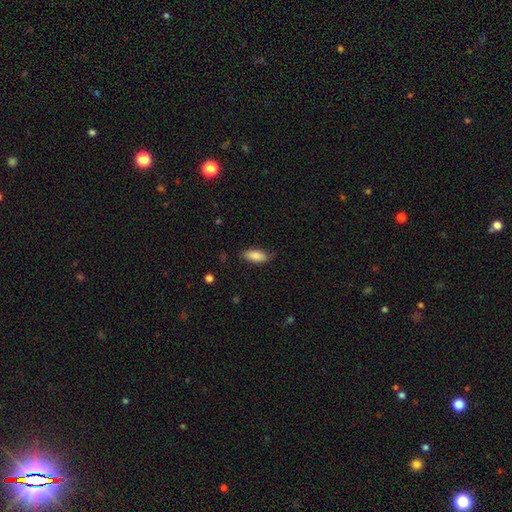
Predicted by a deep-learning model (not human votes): Q: Smooth or featured?
A: smooth (86%); runner-up: featured or disk (8%)
Q: How rounded?
A: in between (84%); runner-up: cigar-shaped (14%)
Q: Merging?
A: none (78%); runner-up: minor disturbance (17%)